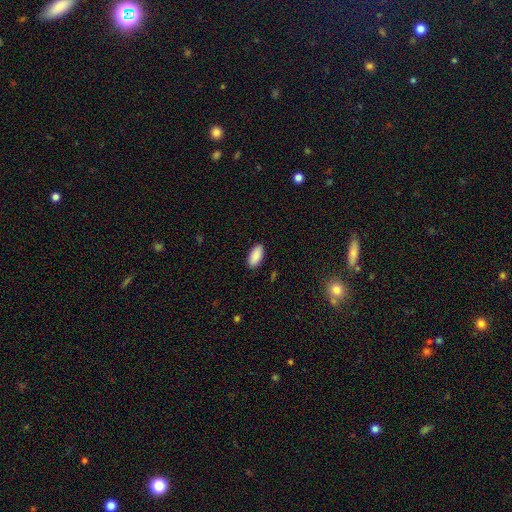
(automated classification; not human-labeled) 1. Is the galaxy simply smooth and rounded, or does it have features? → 91% smooth, 6% star or artifact, 3% featured or disk.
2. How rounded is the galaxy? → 92% in between, 6% cigar-shaped, 2% round.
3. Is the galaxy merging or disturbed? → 89% none, 8% minor disturbance, 2% major disturbance, 1% merger.